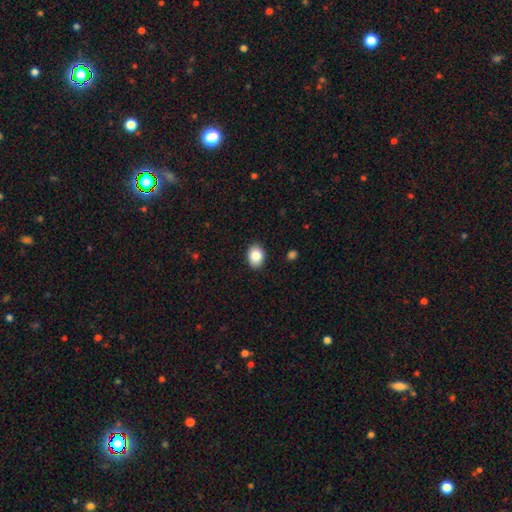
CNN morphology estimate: A smooth galaxy with no disk features (87%) that is in between round and cigar-shaped (71%).

Vote fractions:
- Smooth or featured? smooth: 87% / star or artifact: 8% / featured or disk: 6%
- How rounded? in between: 71% / round: 28% / cigar-shaped: 1%
- Merging? none: 89% / minor disturbance: 8% / major disturbance: 2% / merger: 1%